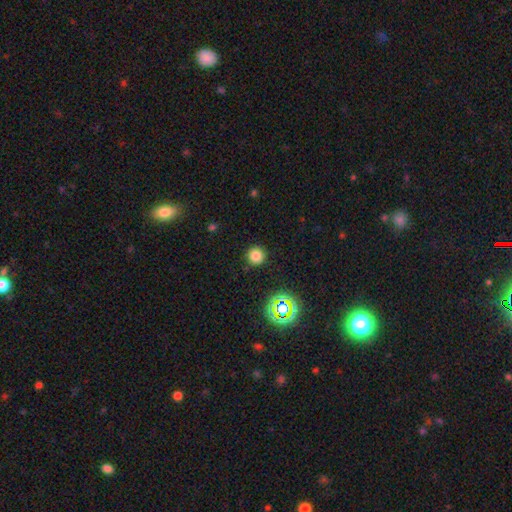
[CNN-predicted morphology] Smooth or featured? smooth (77%)
How rounded? round (95%)
Merging? none (90%)